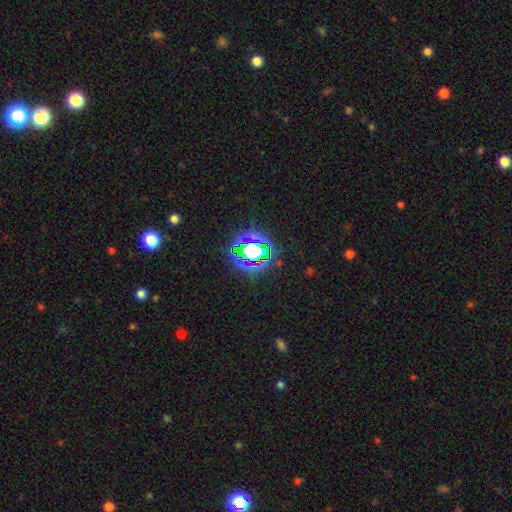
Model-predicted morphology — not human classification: Smooth or featured? star or artifact (68%)